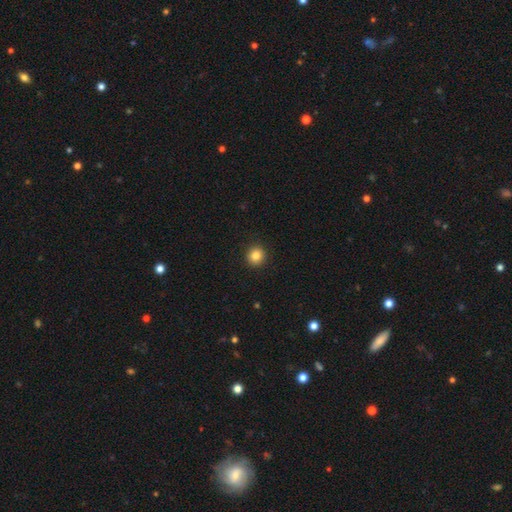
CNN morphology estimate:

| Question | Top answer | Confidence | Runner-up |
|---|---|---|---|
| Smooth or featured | smooth | 84% | star or artifact (11%) |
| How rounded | round | 92% | in between (7%) |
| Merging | none | 93% | minor disturbance (5%) |